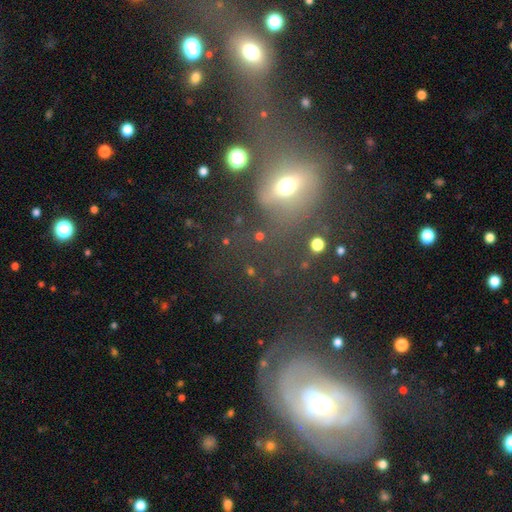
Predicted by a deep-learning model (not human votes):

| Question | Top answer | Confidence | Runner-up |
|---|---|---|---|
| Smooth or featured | featured or disk | 49% | smooth (29%) |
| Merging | none | 51% | major disturbance (17%) |